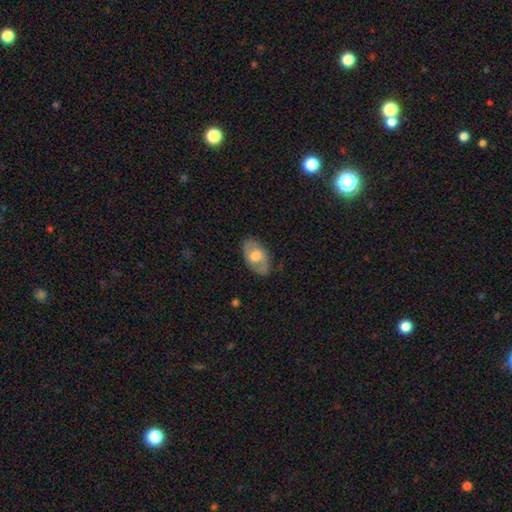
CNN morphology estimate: A featured or disk galaxy (52%).

Vote fractions:
- Smooth or featured? featured or disk: 52% / smooth: 42% / star or artifact: 6%
- Edge-on disk? no: 90% / yes: 10%
- Merging? none: 80% / minor disturbance: 15% / major disturbance: 4% / merger: 1%